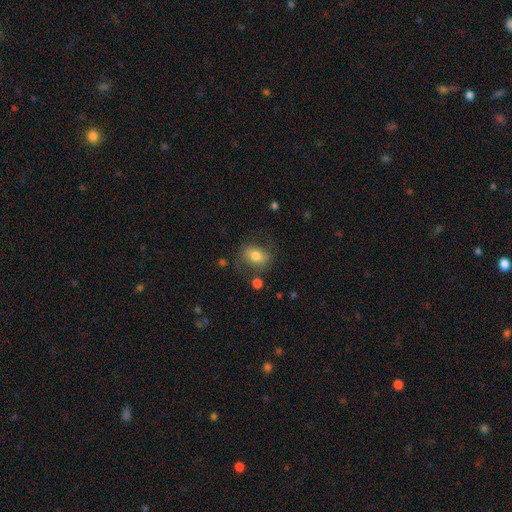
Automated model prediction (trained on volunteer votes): smooth-or-featured: smooth: 67% | featured or disk: 24% | star or artifact: 9%
  how-rounded: in between: 63% | round: 35% | cigar-shaped: 1%
  merging: none: 66% | minor disturbance: 19% | major disturbance: 11% | merger: 4%